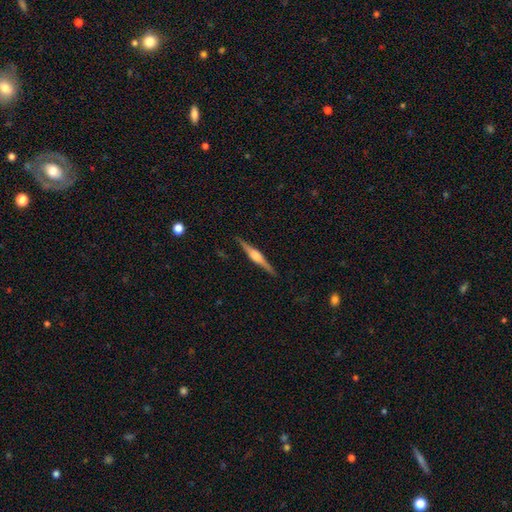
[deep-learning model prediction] Smooth or featured?
  - featured or disk: 80% *
  - smooth: 14%
  - star or artifact: 5%
Edge-on disk?
  - yes: 98% *
  - no: 2%
Edge-on bulge?
  - rounded: 79% *
  - boxy: 18%
  - none: 4%
Merging?
  - none: 90% *
  - minor disturbance: 7%
  - major disturbance: 2%
  - merger: 1%